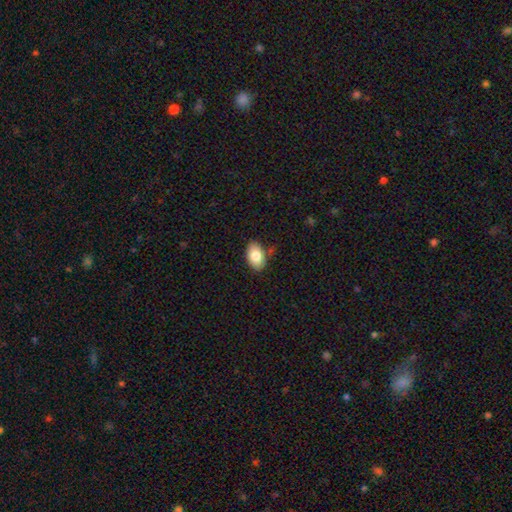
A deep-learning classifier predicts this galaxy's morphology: smooth 82%, featured or disk 11%, star or artifact 7%. Down the decision tree: how rounded — in between (90%); merging — none (80%).